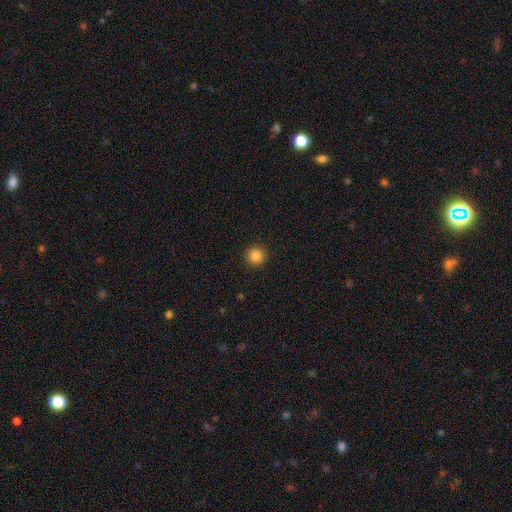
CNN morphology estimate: Smooth or featured? smooth (86%)
How rounded? round (95%)
Merging? none (92%)